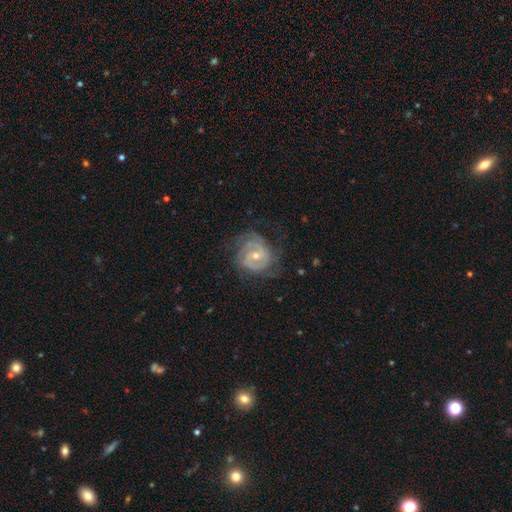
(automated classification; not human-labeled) Smooth or featured? Predicted: featured or disk (p=0.85). Edge-on disk? Predicted: no (p=0.98). Bar? Predicted: weak (p=0.44). Spiral arms? Predicted: yes (p=0.94). Spiral winding? Predicted: tight (p=0.59). Spiral arm count? Predicted: 2 (p=0.48). Bulge size? Predicted: moderate (p=0.49). Merging? Predicted: none (p=0.66).